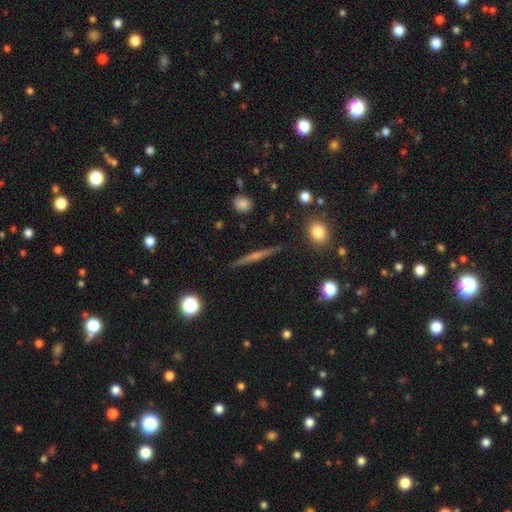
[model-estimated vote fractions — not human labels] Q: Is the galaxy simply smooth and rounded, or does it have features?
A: featured or disk — 66%.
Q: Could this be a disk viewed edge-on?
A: yes — 97%.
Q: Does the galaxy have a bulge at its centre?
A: rounded — 54%.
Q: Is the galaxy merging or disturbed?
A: none — 91%.